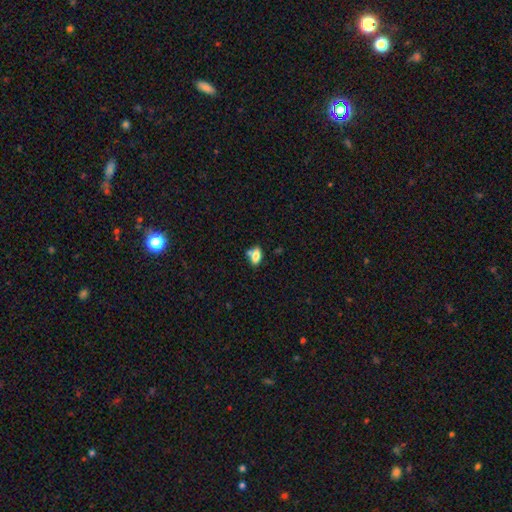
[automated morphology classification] Smooth or featured: smooth — 77% (featured or disk — 14%)
How rounded: in between — 87% (cigar-shaped — 7%)
Merging: none — 57% (merger — 23%)